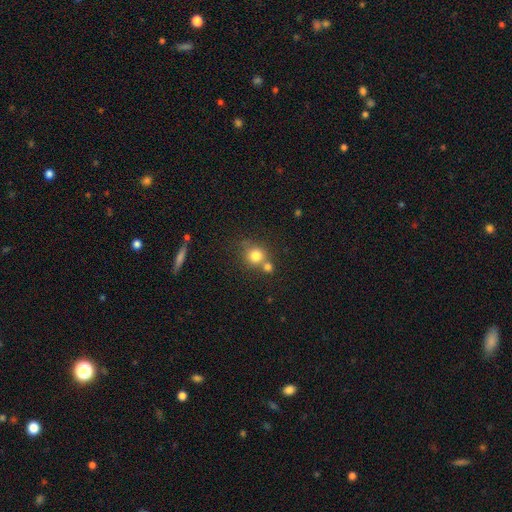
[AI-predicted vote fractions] Smooth or featured? smooth (79%)
How rounded? round (87%)
Merging? none (54%)